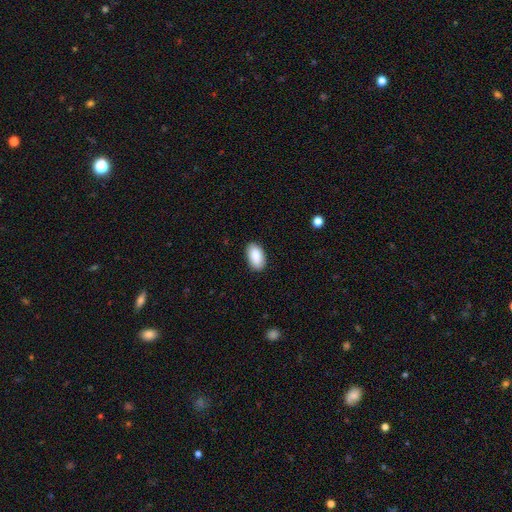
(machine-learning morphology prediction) A smooth galaxy with no disk features (89%) that is in between round and cigar-shaped (95%). Merging: none (88%).